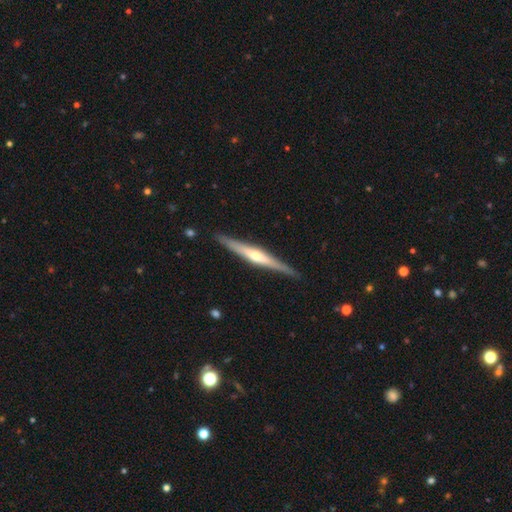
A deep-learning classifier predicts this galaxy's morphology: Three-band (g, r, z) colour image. It shows a featured or disk galaxy (73%) viewed edge-on (98%) with a rounded central bulge (82%). Merging: none (90%).